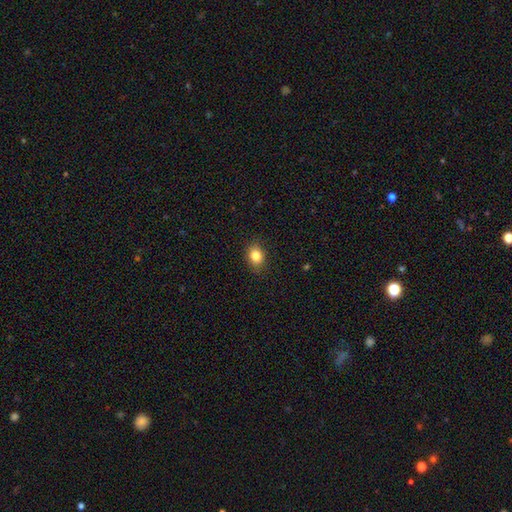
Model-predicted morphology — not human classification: type=smooth (84%); roundness=in between (60%); merging=none (86%).